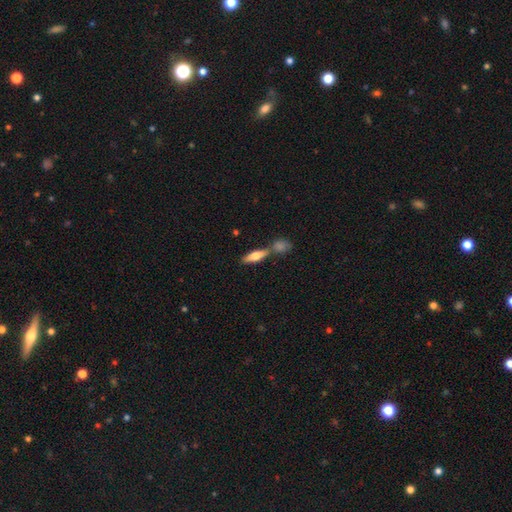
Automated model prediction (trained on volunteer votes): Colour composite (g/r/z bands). It shows a smooth galaxy with no disk features (59%) that is cigar-shaped (54%). Merging: none (54%).